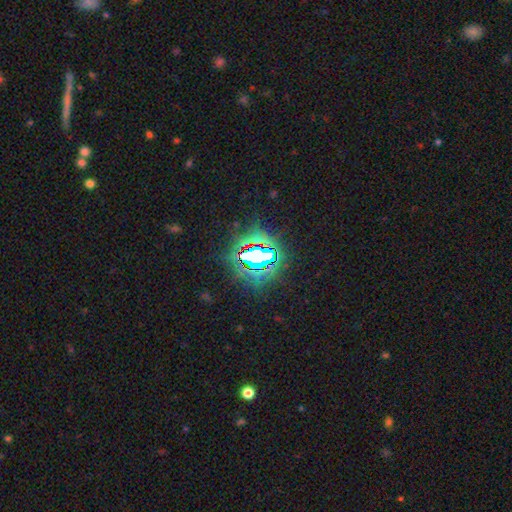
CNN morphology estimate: Smooth or featured? star or artifact (78%)